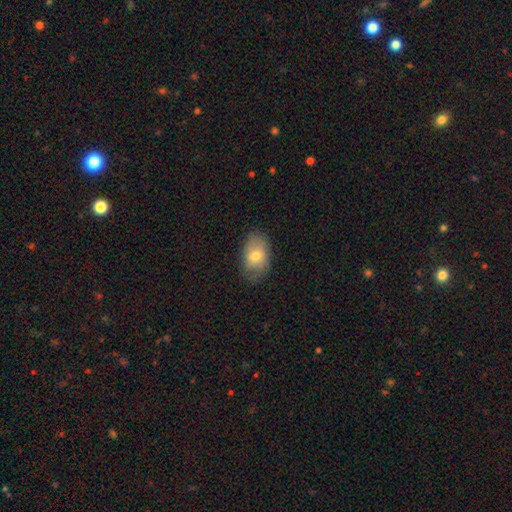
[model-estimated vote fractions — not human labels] Morphology: type=smooth (73%); roundness=in between (86%); merging=none (77%).